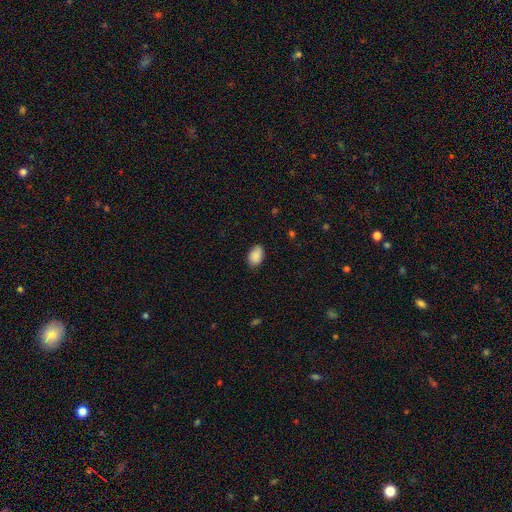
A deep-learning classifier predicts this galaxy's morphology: smooth 88%, star or artifact 7%, featured or disk 5%. Down the decision tree: how rounded — in between (89%); merging — none (82%).